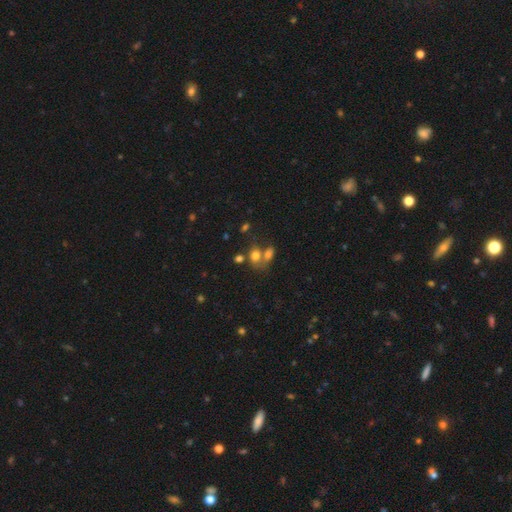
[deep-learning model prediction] smooth_or_featured: smooth (p=0.72) [alt: featured or disk p=0.14]
how_rounded: in between (p=0.53) [alt: round p=0.45]
merging: merger (p=0.54) [alt: none p=0.30]